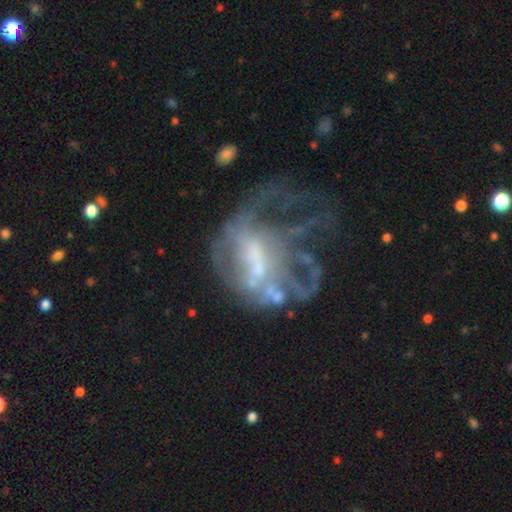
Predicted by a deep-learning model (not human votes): This is likely a featured or disk galaxy (71%). It is clearly not viewed edge-on (97%). Bar: possibly no (55%). Spiral arm pattern: likely no (65%). Central bulge: marginally none (37%). Merging: possibly major disturbance (51%).